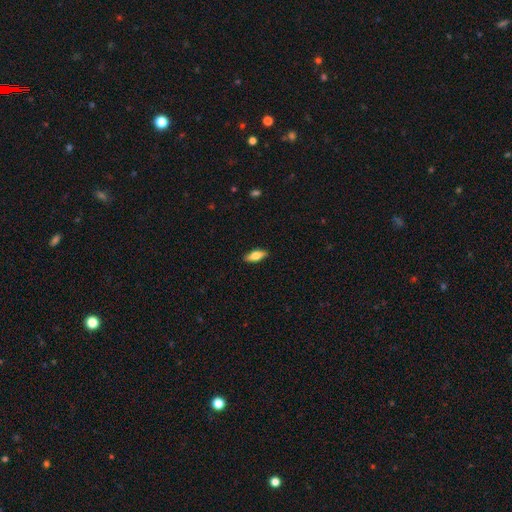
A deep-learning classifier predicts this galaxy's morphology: This appears to be a smooth galaxy with no disk features (69%) that is in between round and cigar-shaped (74%). Merging: none (89%).